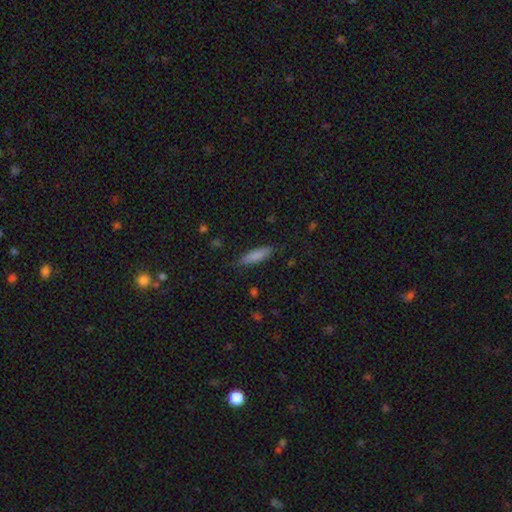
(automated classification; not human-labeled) Q: Smooth or featured?
A: smooth (84%); runner-up: featured or disk (10%)
Q: How rounded?
A: cigar-shaped (58%); runner-up: in between (40%)
Q: Merging?
A: none (81%); runner-up: minor disturbance (14%)